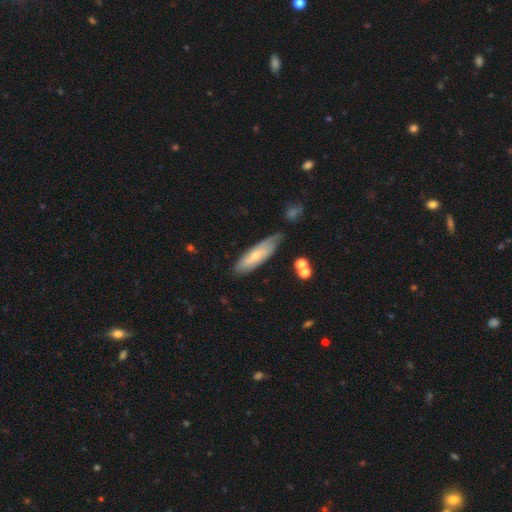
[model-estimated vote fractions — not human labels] smooth-or-featured: smooth: 62% | featured or disk: 32% | star or artifact: 6%
  how-rounded: cigar-shaped: 56% | in between: 42% | round: 2%
  merging: none: 65% | minor disturbance: 25% | major disturbance: 5% | merger: 4%